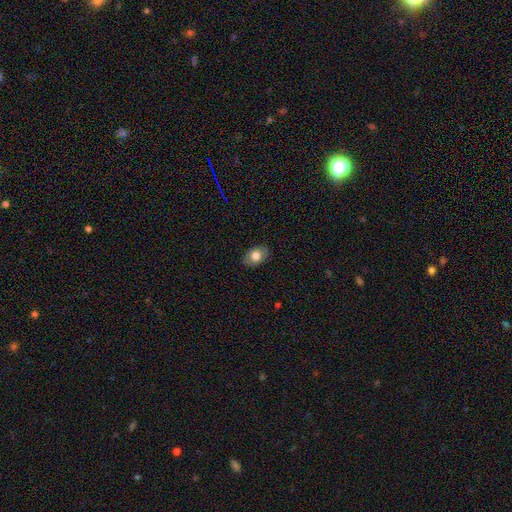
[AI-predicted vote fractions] Smooth or featured?
  - smooth: 76% *
  - featured or disk: 17%
  - star or artifact: 8%
How rounded?
  - in between: 83% *
  - round: 16%
  - cigar-shaped: 1%
Merging?
  - none: 86% *
  - minor disturbance: 11%
  - major disturbance: 2%
  - merger: 1%